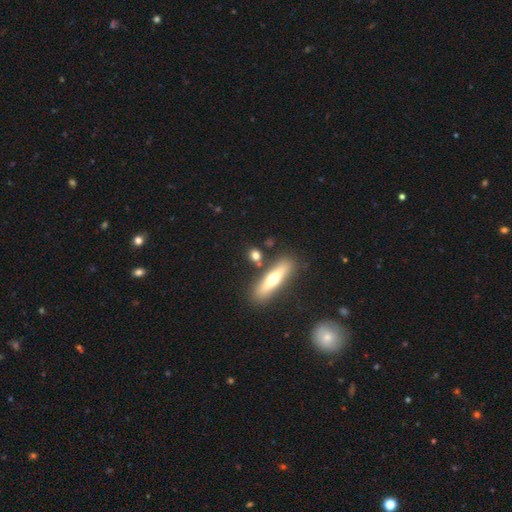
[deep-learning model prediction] A smooth galaxy with no disk features (62%) that is round (37%).

Vote fractions:
- Smooth or featured? smooth: 62% / featured or disk: 29% / star or artifact: 9%
- How rounded? round: 37% / cigar-shaped: 33% / in between: 29%
- Merging? none: 78% / minor disturbance: 10% / merger: 9% / major disturbance: 4%